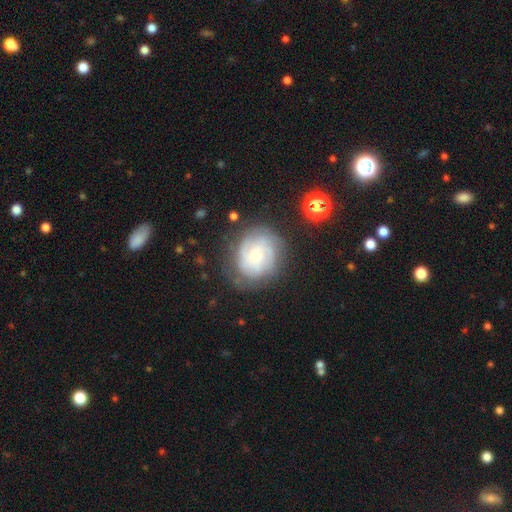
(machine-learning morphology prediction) A featured or disk galaxy (66%) with no bar (74%), tight (61%) spiral arms (87%) and a small central bulge (56%).

Vote fractions:
- Smooth or featured? featured or disk: 66% / smooth: 25% / star or artifact: 8%
- Edge-on disk? no: 98% / yes: 2%
- Bar? no: 74% / weak: 22% / strong: 3%
- Spiral arms? yes: 87% / no: 13%
- Spiral winding? tight: 61% / medium: 29% / loose: 9%
- Spiral arm count? can't tell: 45% / 3: 20% / 2: 14% / 4: 11% / more than 4: 5% / 1: 5%
- Bulge size? small: 56% / moderate: 32% / large: 5% / none: 5% / dominant: 2%
- Merging? none: 68% / minor disturbance: 20% / major disturbance: 10% / merger: 2%